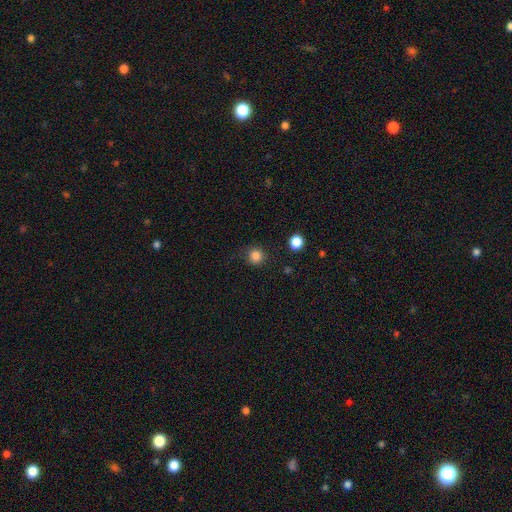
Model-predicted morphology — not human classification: A smooth galaxy with no disk features (83%) that is round (93%). Merging: none (84%).